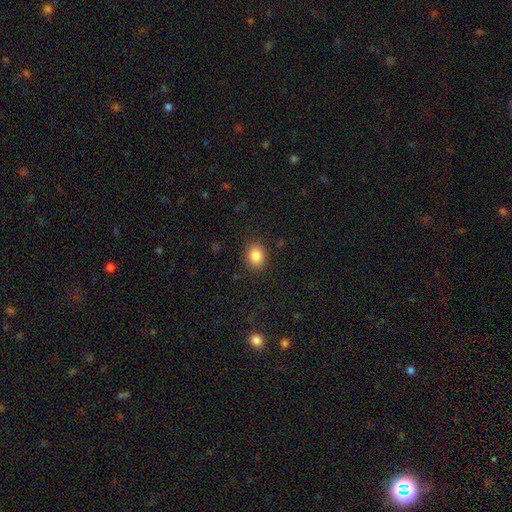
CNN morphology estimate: smooth 84%, star or artifact 10%, featured or disk 6%. Down the decision tree: how rounded — round (51%); merging — none (88%).